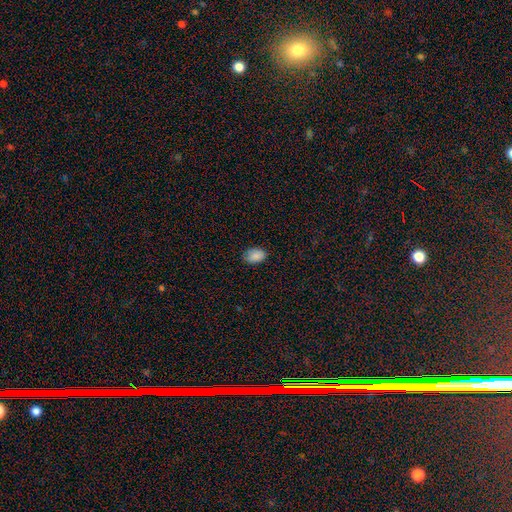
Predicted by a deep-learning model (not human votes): This appears to be a smooth galaxy with no disk features (88%) that is in between round and cigar-shaped (82%). Merging: none (81%).